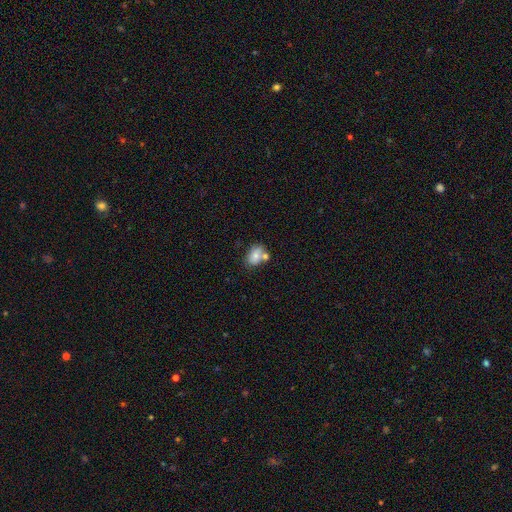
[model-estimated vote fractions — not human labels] Morphology: type=smooth (70%); roundness=in between (75%); merging=none (46%).